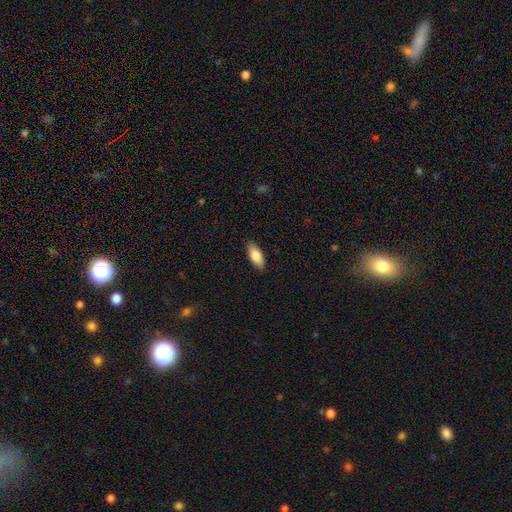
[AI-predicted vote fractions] Smooth or featured? smooth (79%)
How rounded? in between (82%)
Merging? none (88%)